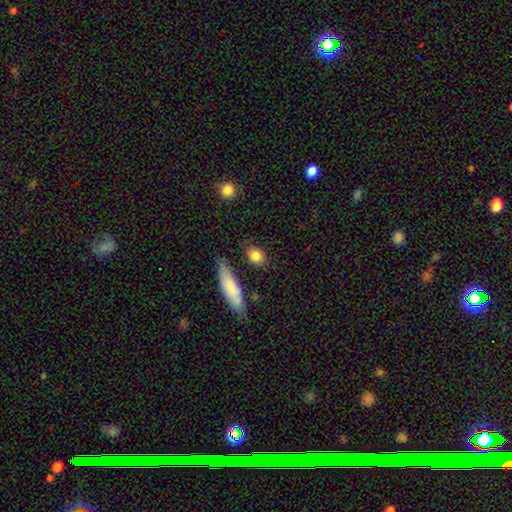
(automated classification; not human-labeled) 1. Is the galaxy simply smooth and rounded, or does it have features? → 84% smooth, 8% featured or disk, 8% star or artifact.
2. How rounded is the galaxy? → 50% in between, 42% round, 8% cigar-shaped.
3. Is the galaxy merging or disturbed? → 80% none, 13% minor disturbance, 4% merger, 3% major disturbance.